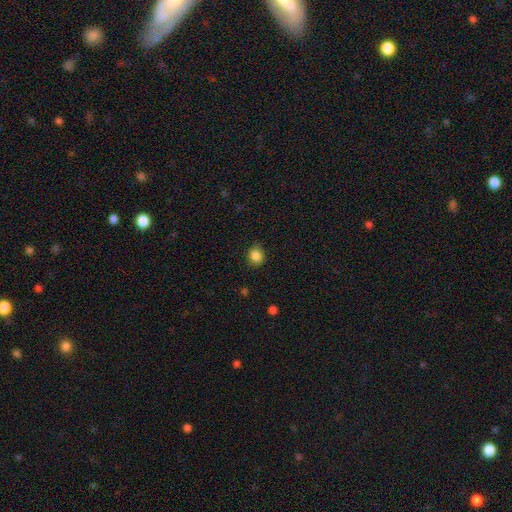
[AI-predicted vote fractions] This is clearly a smooth galaxy (85%). How rounded: likely round (72%). Merging: clearly none (82%).